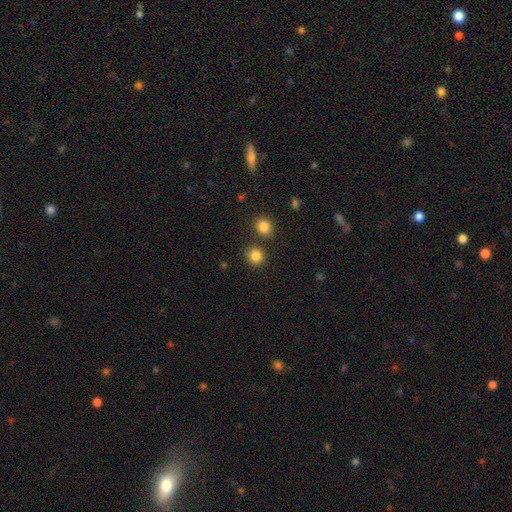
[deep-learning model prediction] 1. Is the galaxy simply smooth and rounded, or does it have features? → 85% smooth, 11% star or artifact, 4% featured or disk.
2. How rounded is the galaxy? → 86% round, 13% in between, 1% cigar-shaped.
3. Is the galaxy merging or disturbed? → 81% none, 9% merger, 8% minor disturbance, 3% major disturbance.